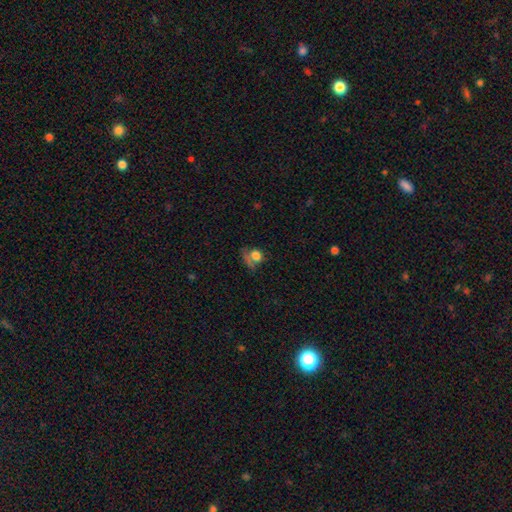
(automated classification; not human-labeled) Smooth or featured? smooth (69%)
How rounded? round (62%)
Merging? none (40%)